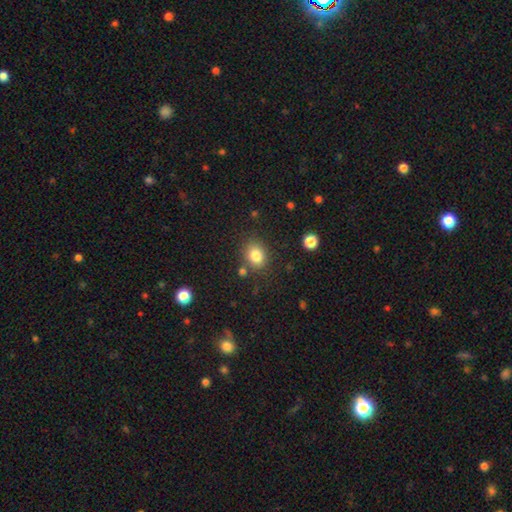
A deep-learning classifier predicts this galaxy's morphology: A smooth galaxy with no disk features (83%) that is round (54%).

Vote fractions:
- Smooth or featured? smooth: 83% / star or artifact: 11% / featured or disk: 7%
- How rounded? round: 54% / in between: 45% / cigar-shaped: 1%
- Merging? none: 78% / minor disturbance: 12% / merger: 6% / major disturbance: 4%